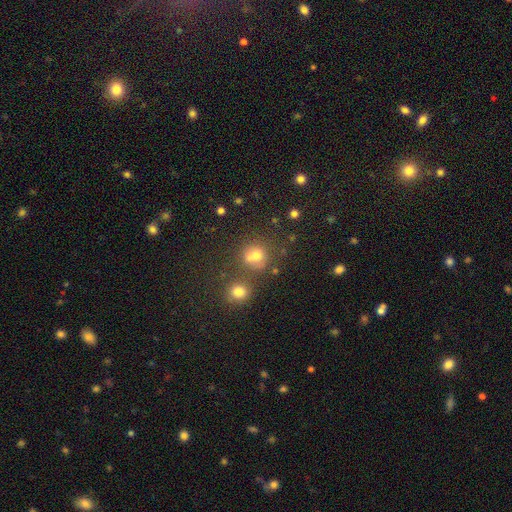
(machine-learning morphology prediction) Q: Smooth or featured?
A: smooth (65%); runner-up: star or artifact (22%)
Q: How rounded?
A: round (81%); runner-up: in between (18%)
Q: Merging?
A: none (52%); runner-up: merger (33%)